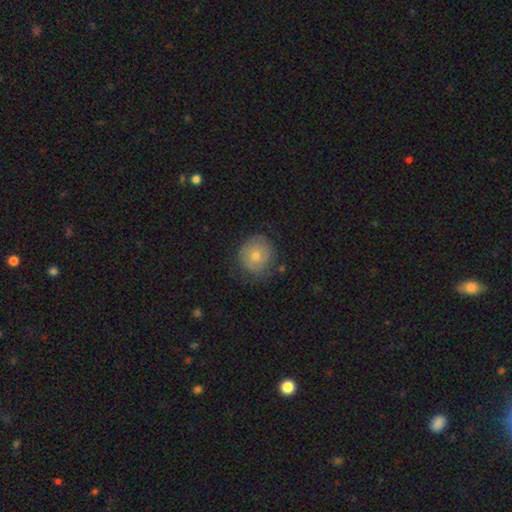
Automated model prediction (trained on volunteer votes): A smooth galaxy with no disk features (63%) that is round (87%). Merging: none (72%).